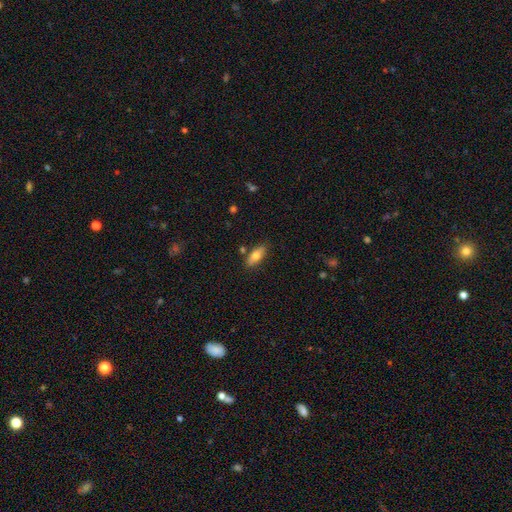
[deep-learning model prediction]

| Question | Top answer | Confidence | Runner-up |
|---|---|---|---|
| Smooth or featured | smooth | 73% | featured or disk (20%) |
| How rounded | in between | 77% | cigar-shaped (21%) |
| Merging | none | 82% | minor disturbance (11%) |